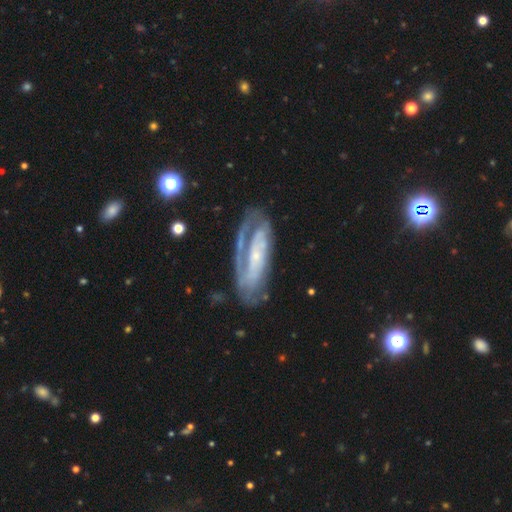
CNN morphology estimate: Smooth or featured? featured or disk (79%)
Edge-on disk? no (89%)
Bar? no (58%)
Spiral arms? yes (86%)
Spiral winding? tight (58%)
Spiral arm count? 2 (35%)
Bulge size? small (73%)
Merging? none (60%)